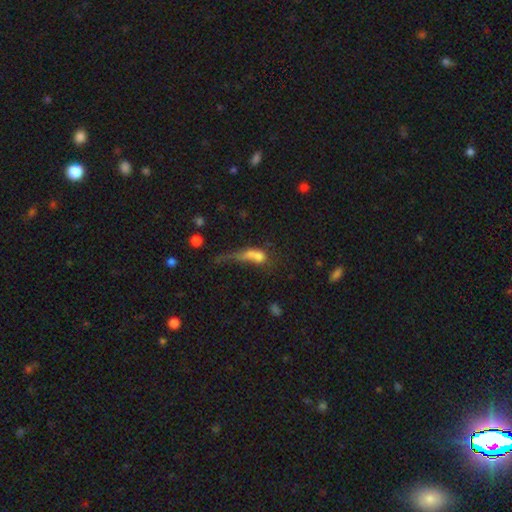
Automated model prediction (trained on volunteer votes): The model was most divided on "how rounded": in between: 44%, round: 37%, cigar-shaped: 20%. More confident: smooth or featured — smooth (59%); merging — merger (52%).